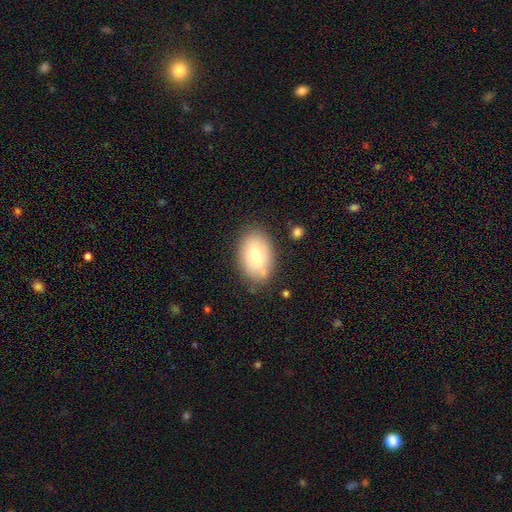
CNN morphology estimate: smooth-or-featured: smooth: 71% | featured or disk: 21% | star or artifact: 8%
  how-rounded: in between: 84% | round: 14% | cigar-shaped: 1%
  merging: none: 79% | minor disturbance: 14% | major disturbance: 4% | merger: 3%